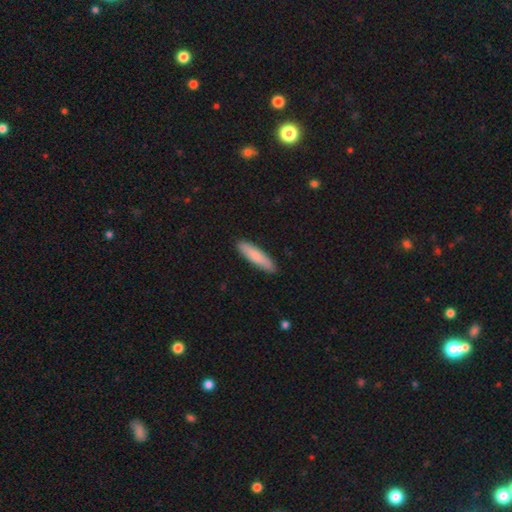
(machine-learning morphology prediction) A smooth galaxy with no disk features (83%) that is cigar-shaped (81%). Merging: none (89%).